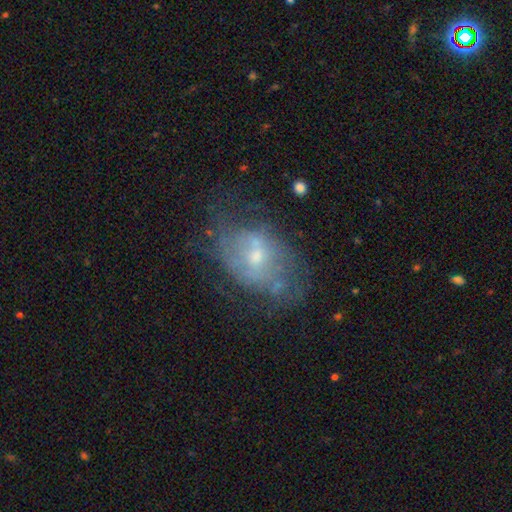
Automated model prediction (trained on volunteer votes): Smooth or featured? featured or disk (61%)
Edge-on disk? no (96%)
Bar? no (66%)
Spiral arms? no (53%)
Bulge size? small (48%)
Merging? none (47%)